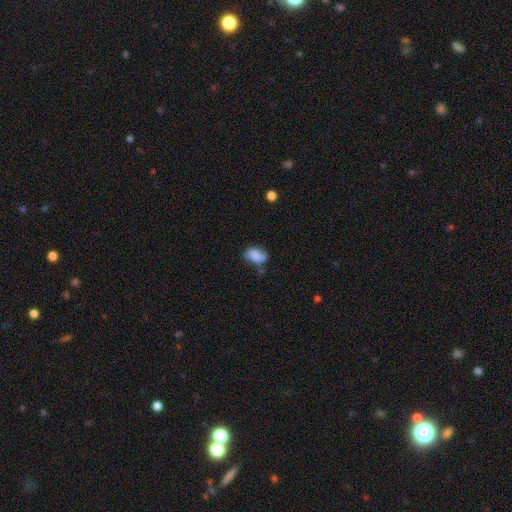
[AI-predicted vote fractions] A smooth galaxy with no disk features (69%) that is in between round and cigar-shaped (82%).

Vote fractions:
- Smooth or featured? smooth: 69% / featured or disk: 21% / star or artifact: 9%
- How rounded? in between: 82% / round: 17% / cigar-shaped: 1%
- Merging? none: 45% / minor disturbance: 34% / major disturbance: 15% / merger: 6%